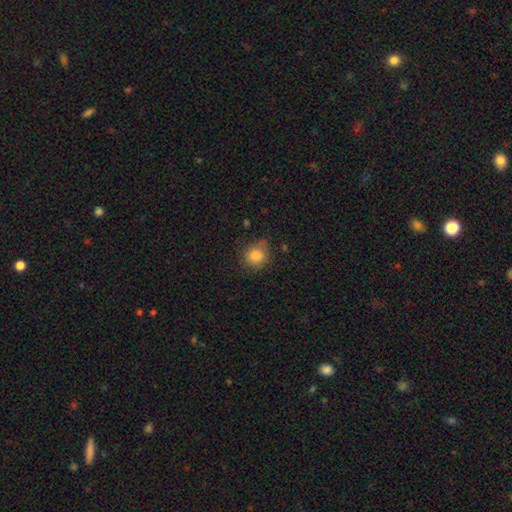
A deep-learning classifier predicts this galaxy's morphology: type=smooth (82%); roundness=round (83%); merging=none (76%).